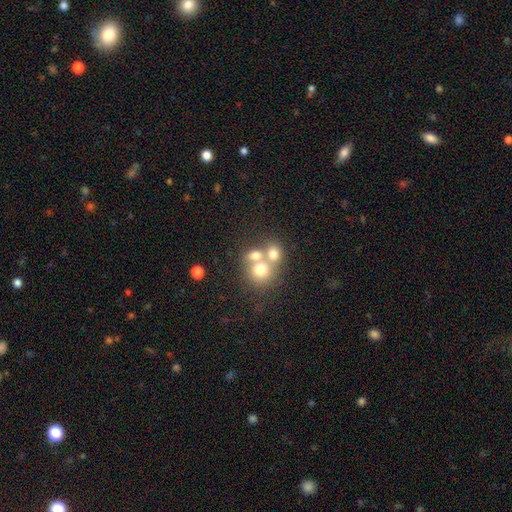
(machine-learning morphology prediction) Smooth or featured? Predicted: smooth (p=0.67). How rounded? Predicted: round (p=0.75). Merging? Predicted: merger (p=0.57).